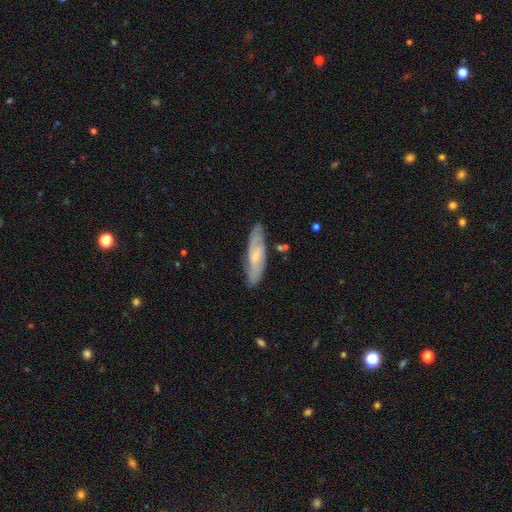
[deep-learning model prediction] Morphology: type=featured or disk (58%); edge-on=no (73%); merging=none (80%).